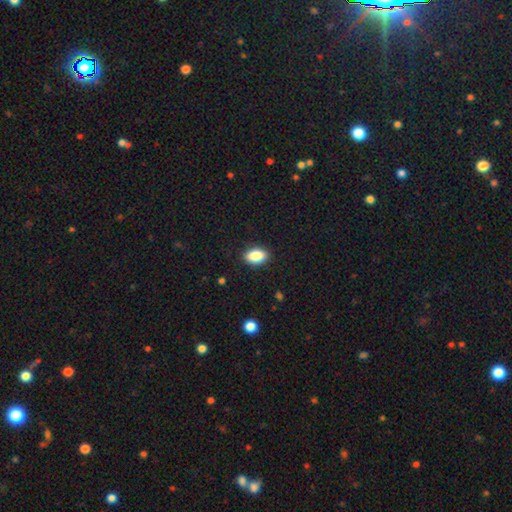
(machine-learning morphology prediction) smooth-or-featured: smooth: 86% | star or artifact: 8% | featured or disk: 6%
  how-rounded: in between: 88% | round: 10% | cigar-shaped: 2%
  merging: none: 89% | minor disturbance: 8% | major disturbance: 2% | merger: 1%